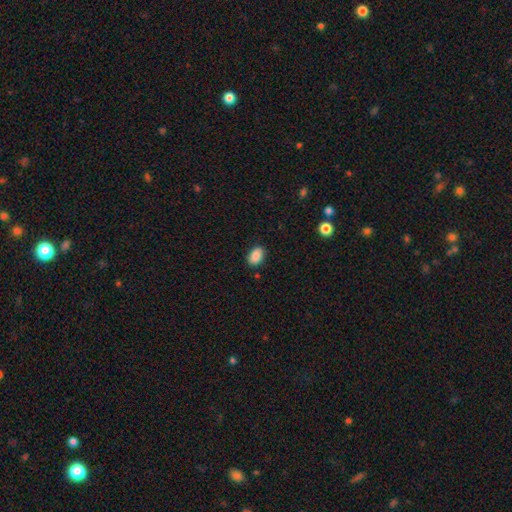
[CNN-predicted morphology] type=smooth (87%); roundness=in between (86%); merging=none (86%).